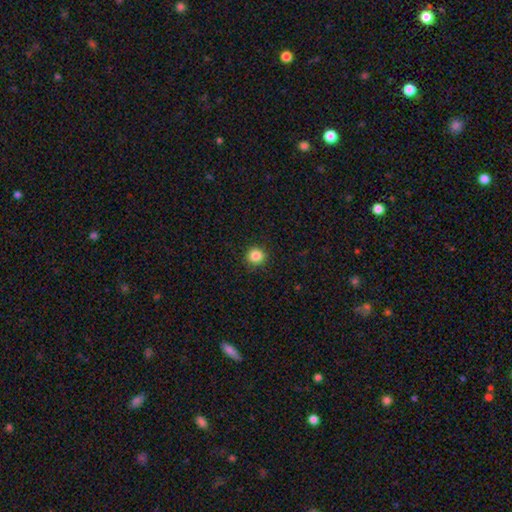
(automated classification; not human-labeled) Morphology: type=smooth (85%); roundness=round (92%); merging=none (91%).